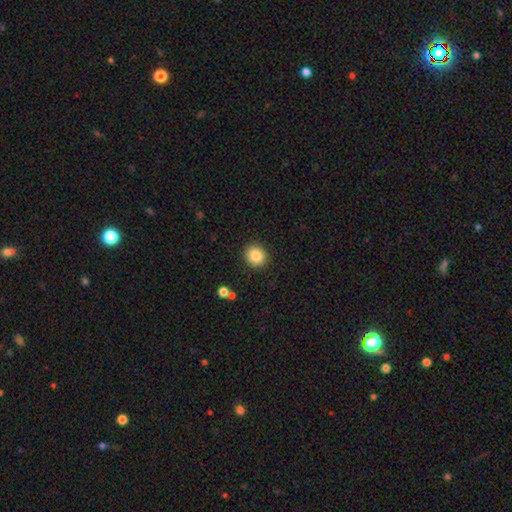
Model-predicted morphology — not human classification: A smooth galaxy with no disk features (85%) that is round (82%). Merging: none (90%).